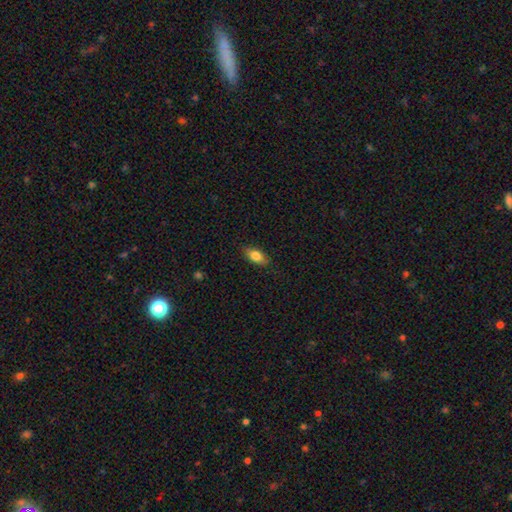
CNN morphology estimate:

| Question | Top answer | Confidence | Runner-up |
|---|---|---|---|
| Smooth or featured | smooth | 81% | featured or disk (12%) |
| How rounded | in between | 86% | cigar-shaped (9%) |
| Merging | none | 85% | minor disturbance (12%) |